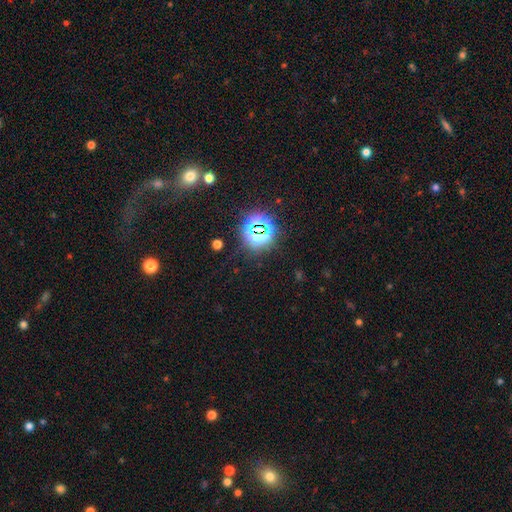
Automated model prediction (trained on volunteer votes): A star or artifact, not a galaxy (67%).